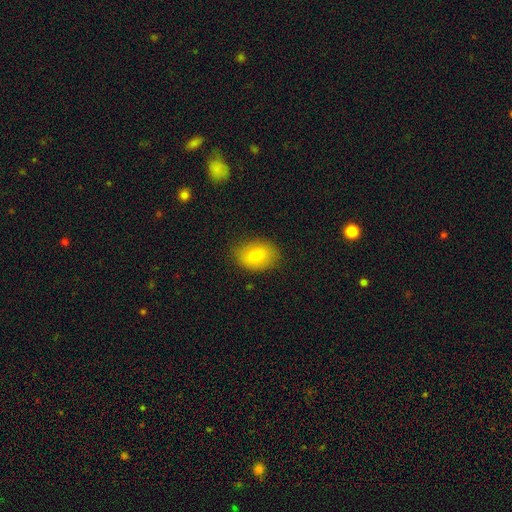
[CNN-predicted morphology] A smooth galaxy with no disk features (77%) that is in between round and cigar-shaped (77%).

Vote fractions:
- Smooth or featured? smooth: 77% / featured or disk: 15% / star or artifact: 8%
- How rounded? in between: 77% / round: 22% / cigar-shaped: 1%
- Merging? none: 81% / minor disturbance: 15% / major disturbance: 3% / merger: 1%